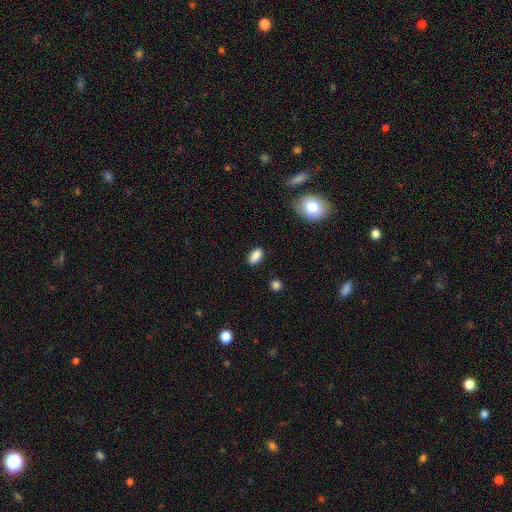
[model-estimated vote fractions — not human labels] Q: Smooth or featured?
A: smooth (87%); runner-up: star or artifact (9%)
Q: How rounded?
A: in between (90%); runner-up: round (6%)
Q: Merging?
A: none (86%); runner-up: minor disturbance (10%)